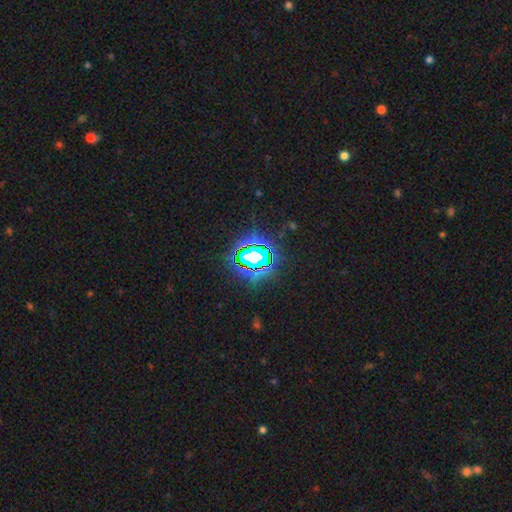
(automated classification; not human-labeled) This appears to be a star or artifact, not a galaxy (82%).